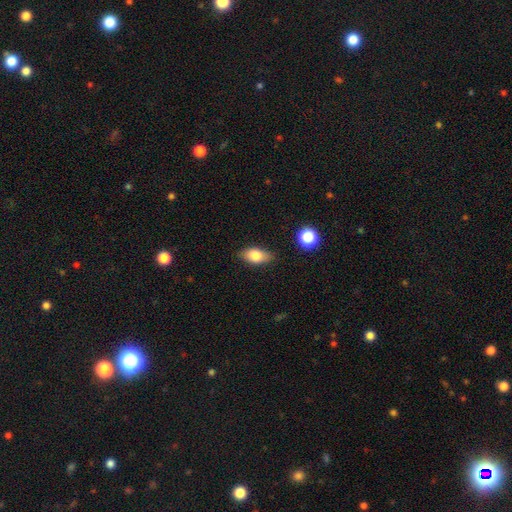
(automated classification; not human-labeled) smooth_or_featured: smooth (p=0.78) [alt: featured or disk p=0.14]
how_rounded: in between (p=0.86) [alt: round p=0.08]
merging: none (p=0.82) [alt: minor disturbance p=0.13]